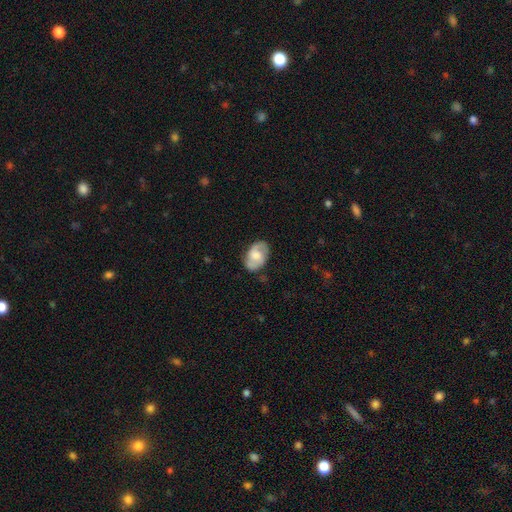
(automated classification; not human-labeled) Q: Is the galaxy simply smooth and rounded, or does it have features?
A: featured or disk — 57%.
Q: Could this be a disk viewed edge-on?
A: no — 96%.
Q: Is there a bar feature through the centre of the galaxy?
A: no — 46%.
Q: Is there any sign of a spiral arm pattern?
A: yes — 83%.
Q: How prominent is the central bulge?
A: moderate — 44%.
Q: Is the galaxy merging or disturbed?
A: none — 76%.